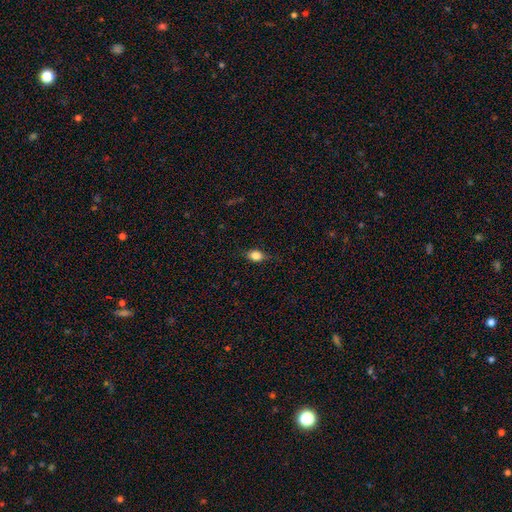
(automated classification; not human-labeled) Smooth or featured: smooth — 80% (featured or disk — 10%)
How rounded: in between — 68% (round — 29%)
Merging: none — 80% (minor disturbance — 16%)